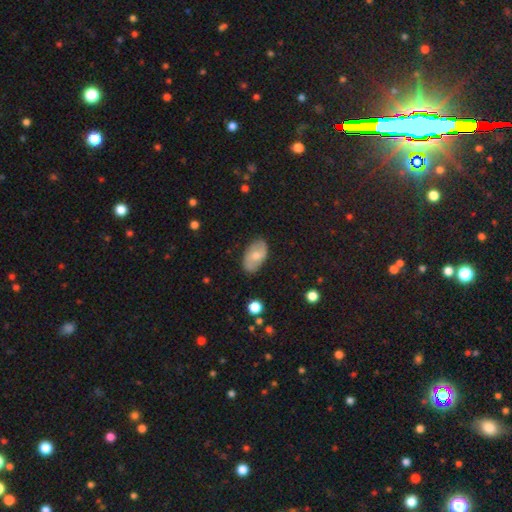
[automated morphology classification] This appears to be a smooth galaxy with no disk features (51%) that is in between round and cigar-shaped (92%). Merging: none (79%).